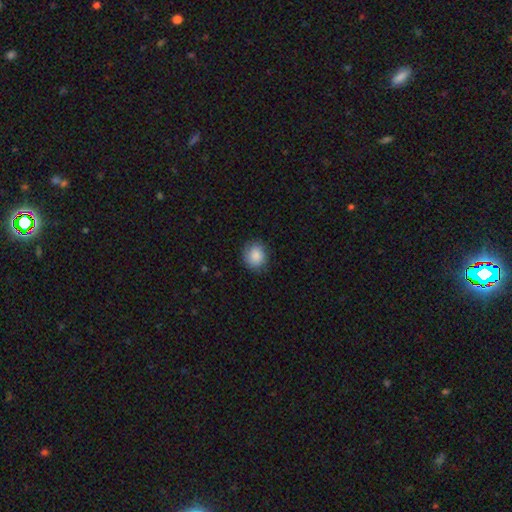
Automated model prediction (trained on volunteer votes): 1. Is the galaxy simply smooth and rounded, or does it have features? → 87% smooth, 7% star or artifact, 6% featured or disk.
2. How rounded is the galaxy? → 78% round, 22% in between, 1% cigar-shaped.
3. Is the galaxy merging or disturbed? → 82% none, 14% minor disturbance, 3% major disturbance, 1% merger.